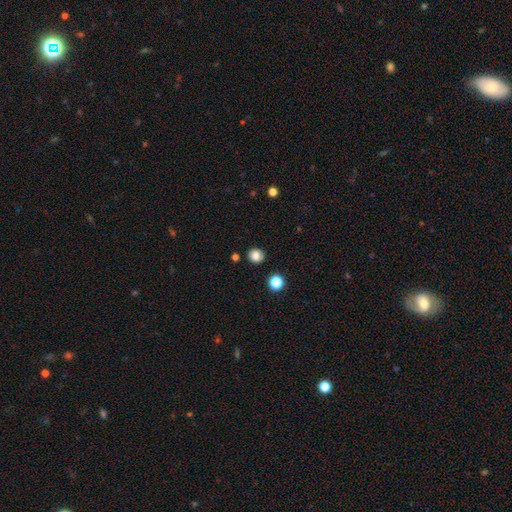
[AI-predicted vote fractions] Morphology: type=smooth (84%); roundness=round (86%); merging=none (88%).